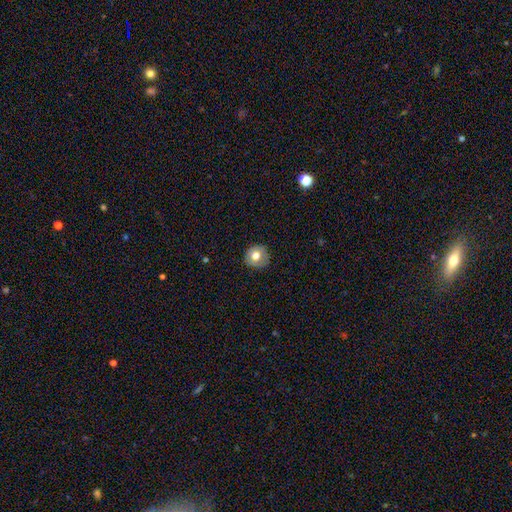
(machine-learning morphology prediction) smooth_or_featured: smooth (p=0.72) [alt: featured or disk p=0.18]
how_rounded: round (p=0.91) [alt: in between p=0.08]
merging: none (p=0.84) [alt: minor disturbance p=0.12]